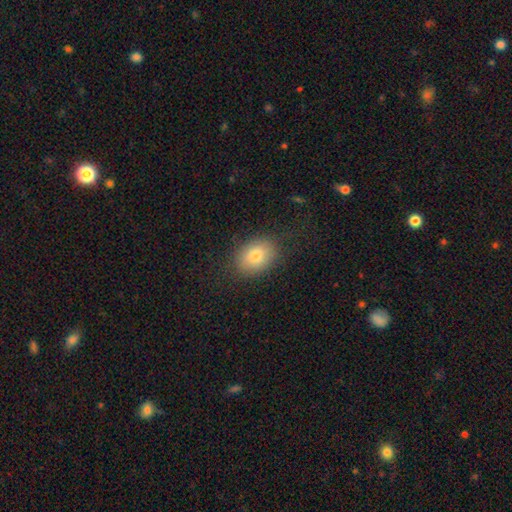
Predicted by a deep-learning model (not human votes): Smooth or featured?
  - smooth: 79% *
  - featured or disk: 11%
  - star or artifact: 9%
How rounded?
  - in between: 65% *
  - round: 34%
  - cigar-shaped: 1%
Merging?
  - none: 81% *
  - minor disturbance: 13%
  - major disturbance: 5%
  - merger: 1%